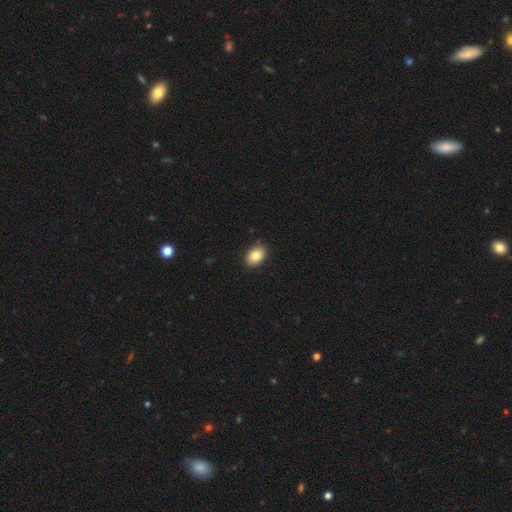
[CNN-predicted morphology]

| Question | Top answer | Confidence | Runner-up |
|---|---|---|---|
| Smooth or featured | smooth | 83% | featured or disk (9%) |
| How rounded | in between | 80% | round (19%) |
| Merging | none | 89% | minor disturbance (9%) |